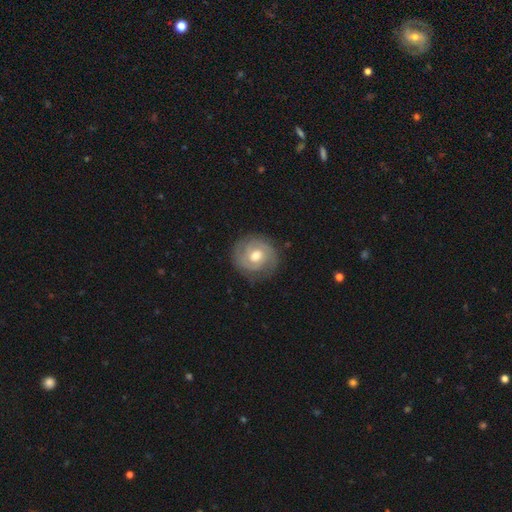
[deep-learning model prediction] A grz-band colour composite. It shows a featured or disk galaxy (76%) with no bar (57%), 2 (66%) tight (70%) spiral arms (88%) and a moderate central bulge (77%). Merging: none (82%).